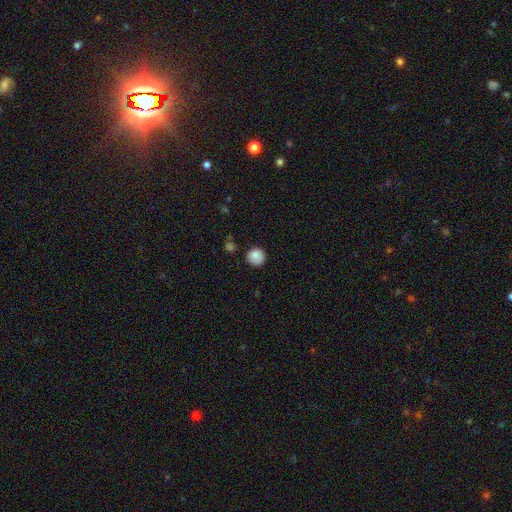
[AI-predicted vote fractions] The model was most divided on "merging": none: 86%, minor disturbance: 10%, major disturbance: 2%, merger: 2%. More confident: how rounded — round (93%); smooth or featured — smooth (86%).